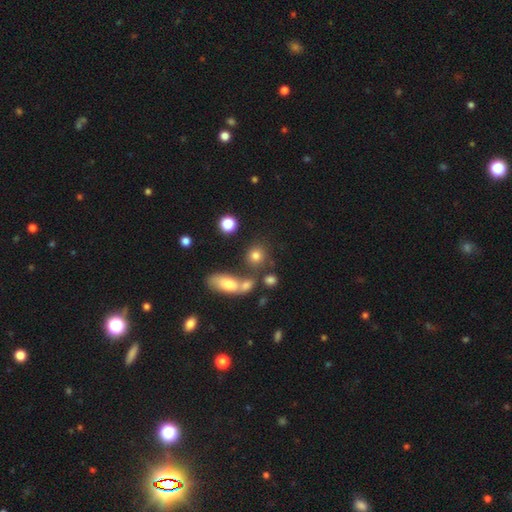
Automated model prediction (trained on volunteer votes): A smooth galaxy with no disk features (78%) that is round (75%).

Vote fractions:
- Smooth or featured? smooth: 78% / star or artifact: 12% / featured or disk: 10%
- How rounded? round: 75% / in between: 22% / cigar-shaped: 2%
- Merging? none: 64% / merger: 20% / minor disturbance: 11% / major disturbance: 5%